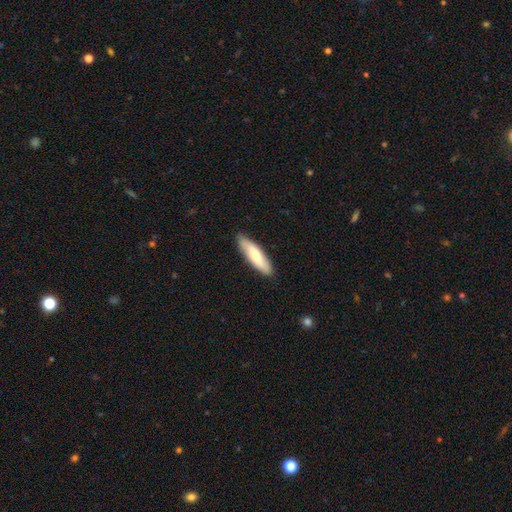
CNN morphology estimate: smooth-or-featured: smooth: 70% | featured or disk: 25% | star or artifact: 5%
  how-rounded: cigar-shaped: 63% | in between: 35% | round: 2%
  merging: none: 86% | minor disturbance: 11% | major disturbance: 2% | merger: 1%